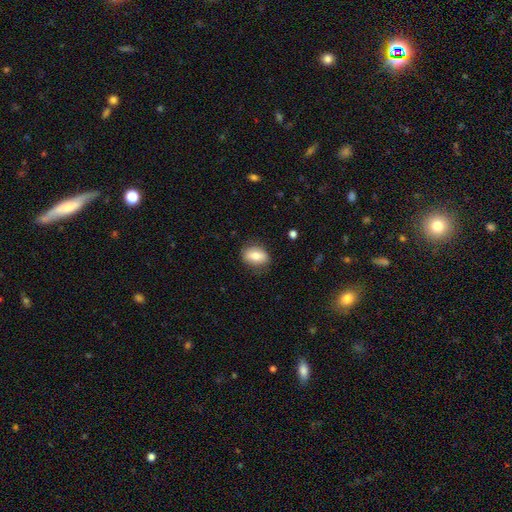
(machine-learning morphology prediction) Overall: smooth (77%). How rounded: in between (80%). Merging: none (80%).